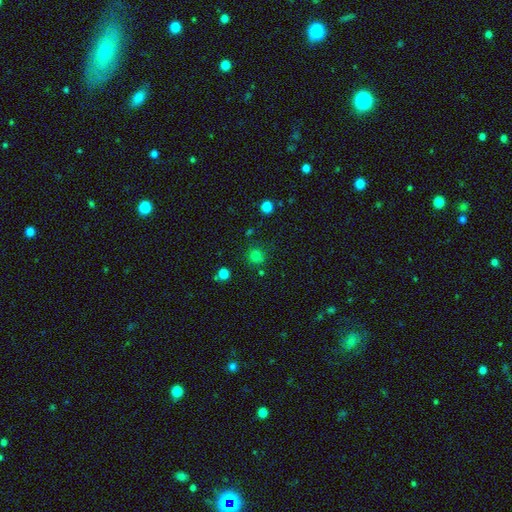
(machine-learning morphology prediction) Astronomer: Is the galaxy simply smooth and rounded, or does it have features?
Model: smooth — 77%.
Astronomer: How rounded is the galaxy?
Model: round — 92%.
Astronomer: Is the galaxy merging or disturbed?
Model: none — 82%.